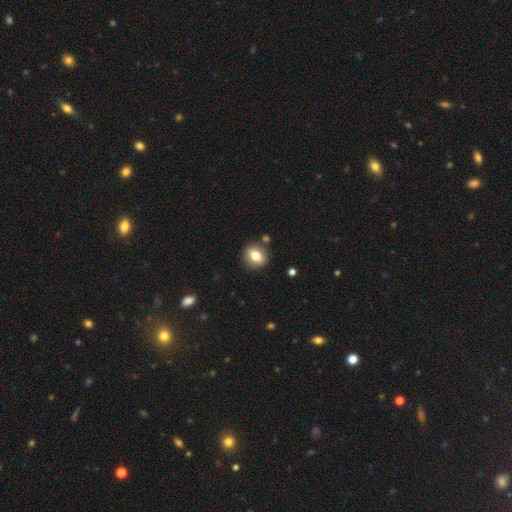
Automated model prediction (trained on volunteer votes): smooth 74%, featured or disk 16%, star or artifact 9%. Down the decision tree: how rounded — round (69%); merging — none (85%).